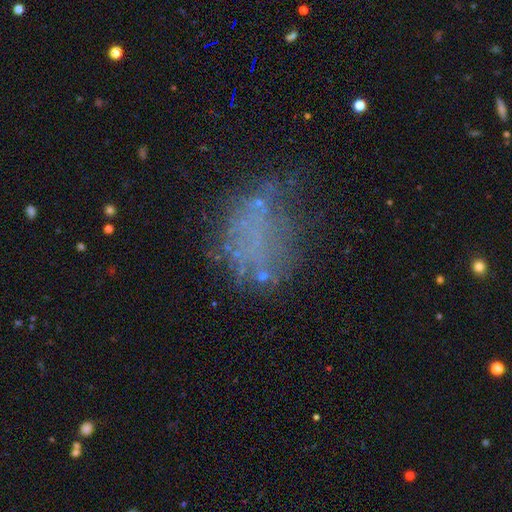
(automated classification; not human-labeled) Smooth or featured: featured or disk — 38% (smooth — 36%)
Merging: none — 52% (major disturbance — 22%)